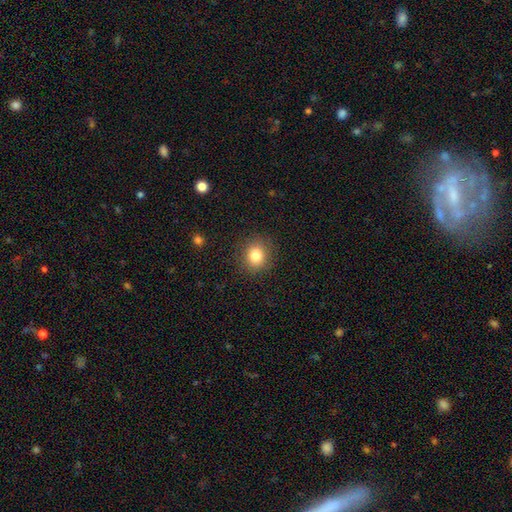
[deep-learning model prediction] This appears to be a smooth galaxy with no disk features (82%) that is round (78%). Merging: none (88%).